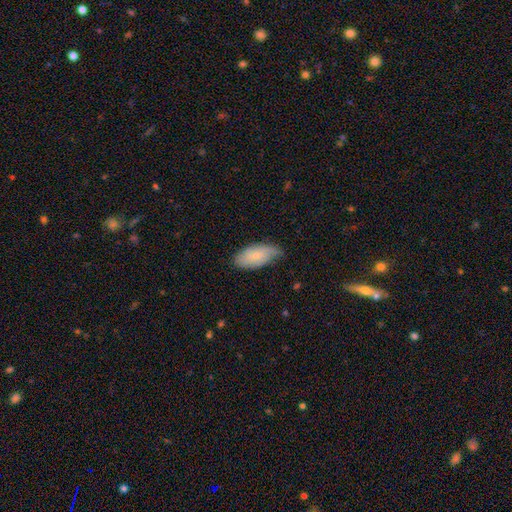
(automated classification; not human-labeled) Overall: smooth (67%). How rounded: in between (91%). Merging: none (62%; minor disturbance 31%).